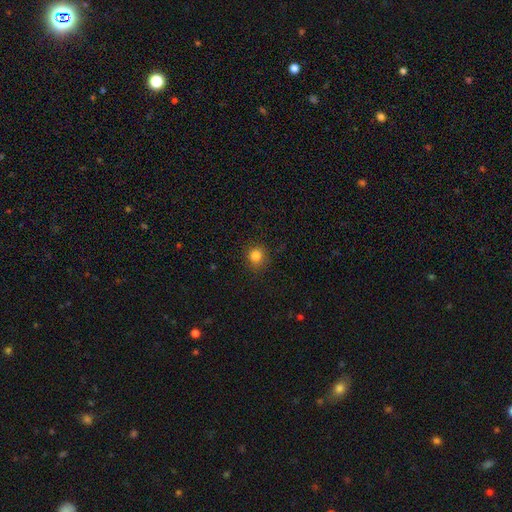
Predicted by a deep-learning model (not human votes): Smooth or featured? smooth (82%)
How rounded? round (88%)
Merging? none (88%)